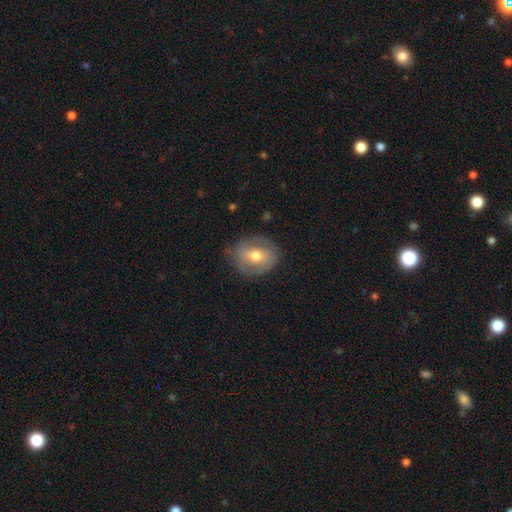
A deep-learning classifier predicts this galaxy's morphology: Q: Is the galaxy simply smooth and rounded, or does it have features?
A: smooth — 49%.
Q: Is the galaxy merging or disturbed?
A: none — 75%.